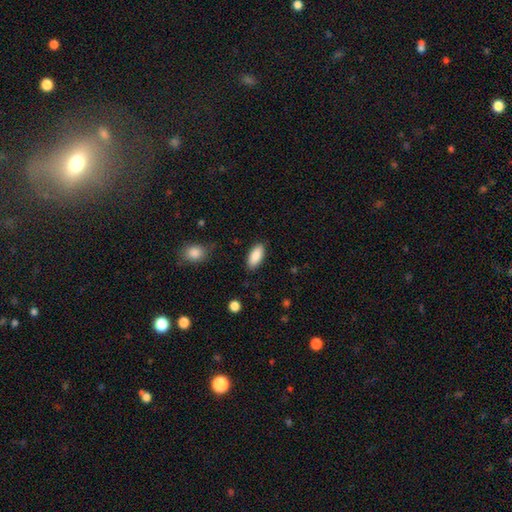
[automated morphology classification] smooth-or-featured: smooth: 87% | featured or disk: 7% | star or artifact: 6%
  how-rounded: in between: 86% | cigar-shaped: 12% | round: 2%
  merging: none: 85% | minor disturbance: 11% | major disturbance: 3% | merger: 1%